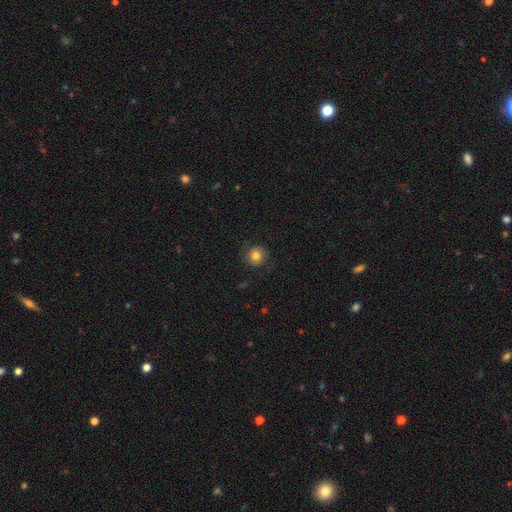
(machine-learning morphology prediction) Smooth or featured?
  - smooth: 64% *
  - featured or disk: 26%
  - star or artifact: 10%
How rounded?
  - round: 89% *
  - in between: 10%
  - cigar-shaped: 1%
Merging?
  - none: 77% *
  - minor disturbance: 14%
  - major disturbance: 7%
  - merger: 1%